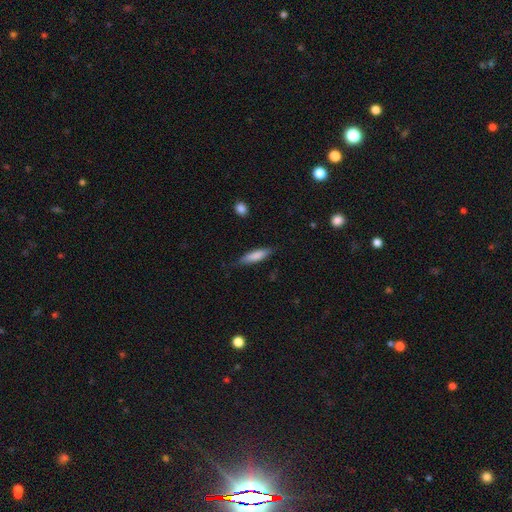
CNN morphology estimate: Q: Smooth or featured?
A: smooth (81%); runner-up: featured or disk (13%)
Q: How rounded?
A: cigar-shaped (66%); runner-up: in between (32%)
Q: Merging?
A: none (78%); runner-up: minor disturbance (17%)